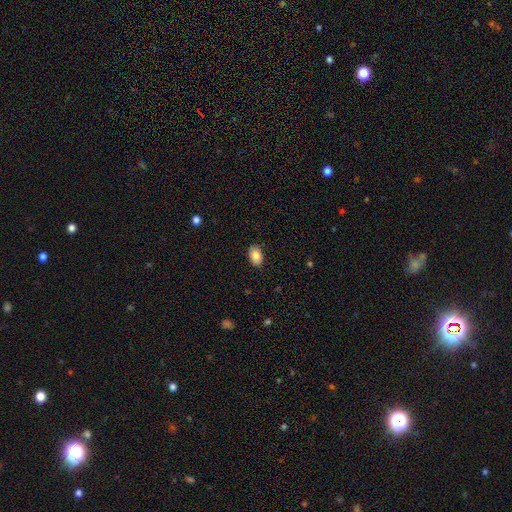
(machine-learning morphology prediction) This is clearly a smooth galaxy (85%). How rounded: clearly in between (88%). Merging: clearly none (87%).